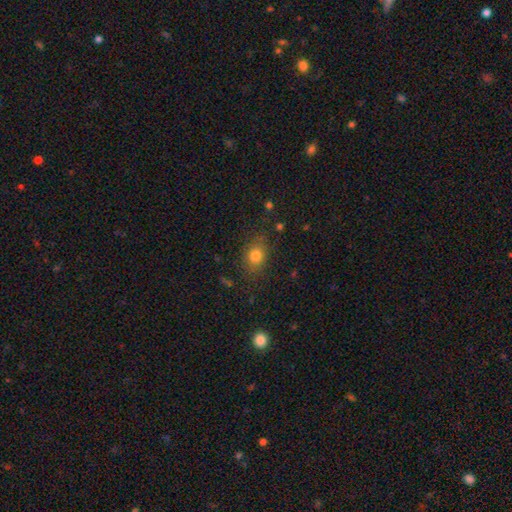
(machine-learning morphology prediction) Overall: smooth (78%). How rounded: round (50%; in between 48%). Merging: none (79%).